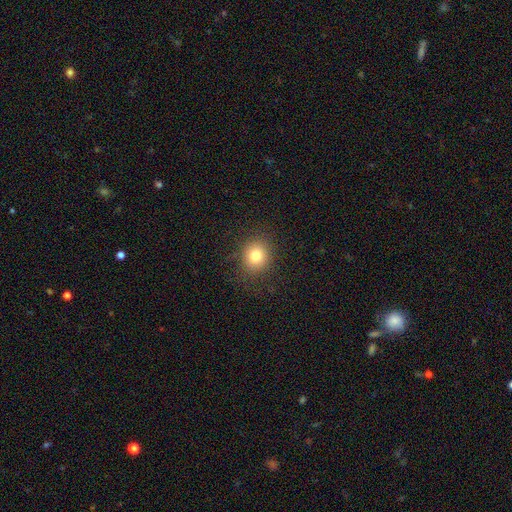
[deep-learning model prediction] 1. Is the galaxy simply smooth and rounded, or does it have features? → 80% smooth, 12% star or artifact, 8% featured or disk.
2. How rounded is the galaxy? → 79% round, 20% in between, 1% cigar-shaped.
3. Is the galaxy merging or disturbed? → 87% none, 9% minor disturbance, 3% major disturbance, 1% merger.